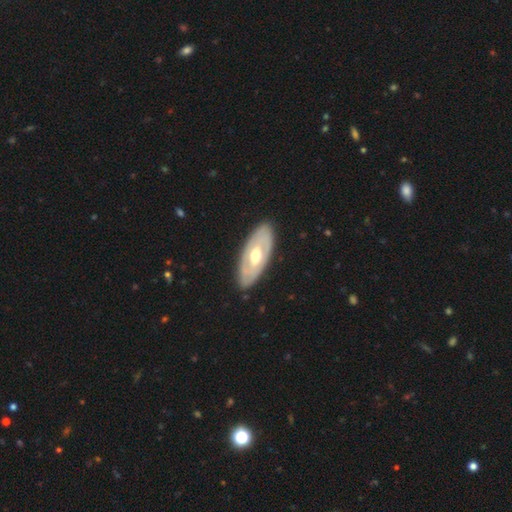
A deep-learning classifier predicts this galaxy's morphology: A featured or disk galaxy (65%) with no bar (70%), no spiral arms (68%) and a moderate central bulge (76%). Merging: none (86%).